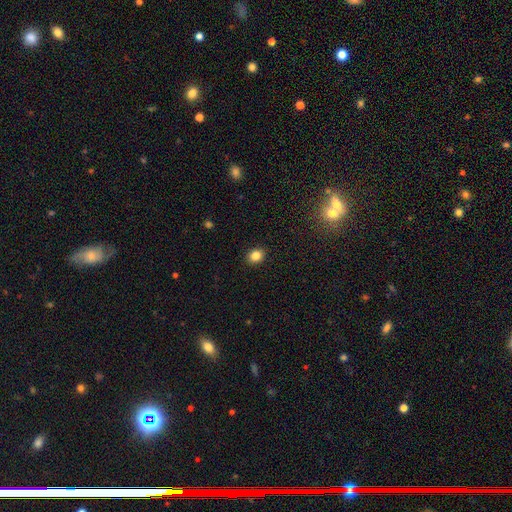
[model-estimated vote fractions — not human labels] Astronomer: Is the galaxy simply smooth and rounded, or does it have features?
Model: smooth — 85%.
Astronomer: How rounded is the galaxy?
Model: round — 54% (runner-up: in between, 45%).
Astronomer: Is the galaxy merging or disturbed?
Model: none — 91%.